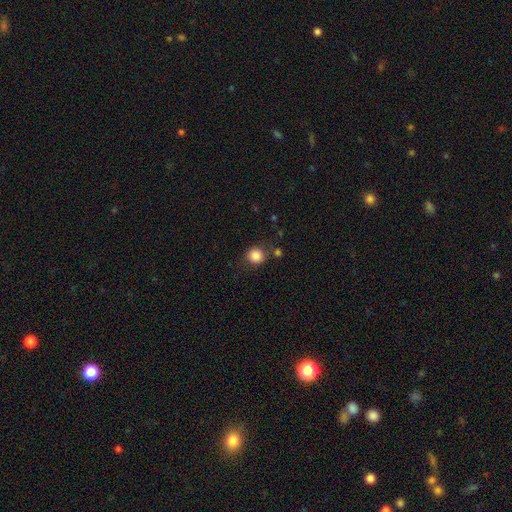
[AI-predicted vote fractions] This appears to be a smooth galaxy with no disk features (86%) that is round (88%). Merging: none (78%).